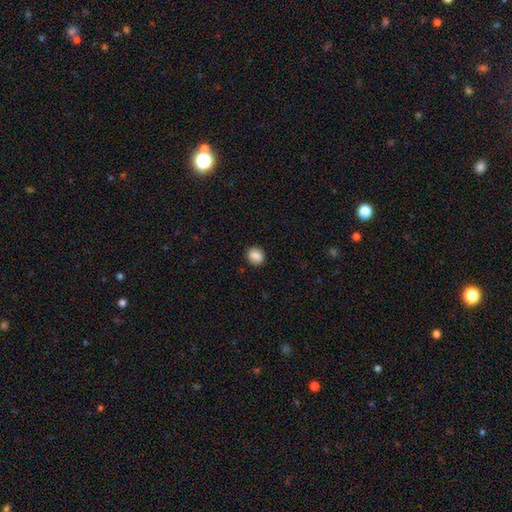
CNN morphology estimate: type=smooth (87%); roundness=round (67%); merging=none (88%).